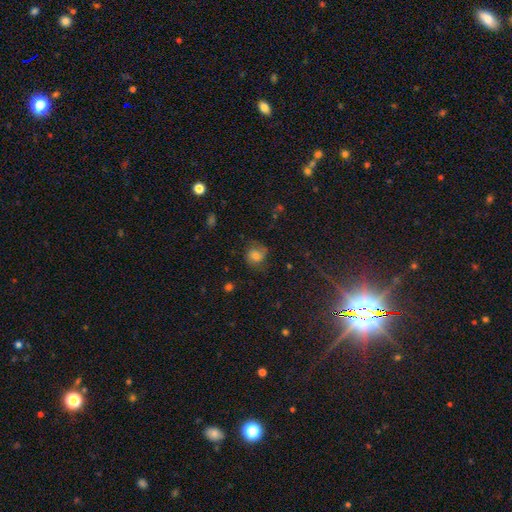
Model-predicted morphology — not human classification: type=smooth (63%); roundness=round (75%); merging=none (61%).